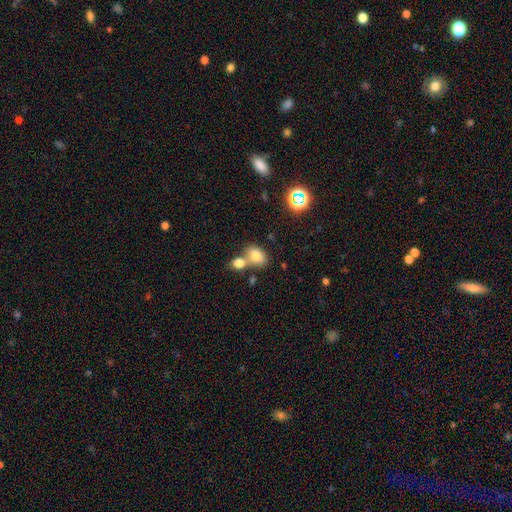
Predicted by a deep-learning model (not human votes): Smooth or featured? Predicted: smooth (p=0.77). How rounded? Predicted: in between (p=0.80). Merging? Predicted: merger (p=0.48).